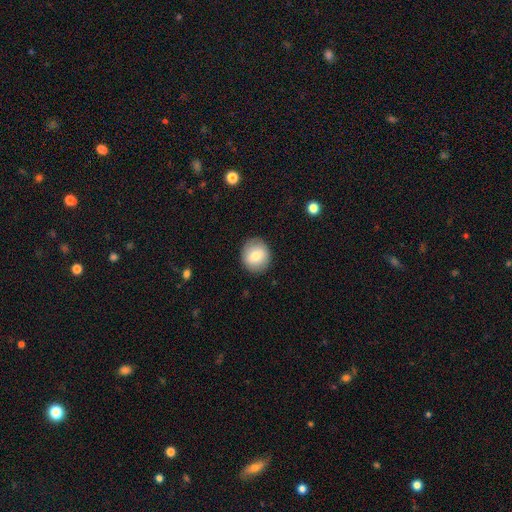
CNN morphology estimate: This appears to be a smooth galaxy with no disk features (75%) that is round (84%). Merging: none (88%).